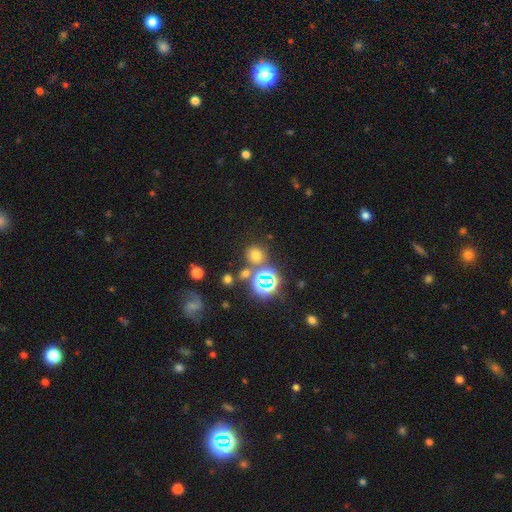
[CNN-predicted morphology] A smooth galaxy with no disk features (61%) that is round (85%). Merging: none (75%).